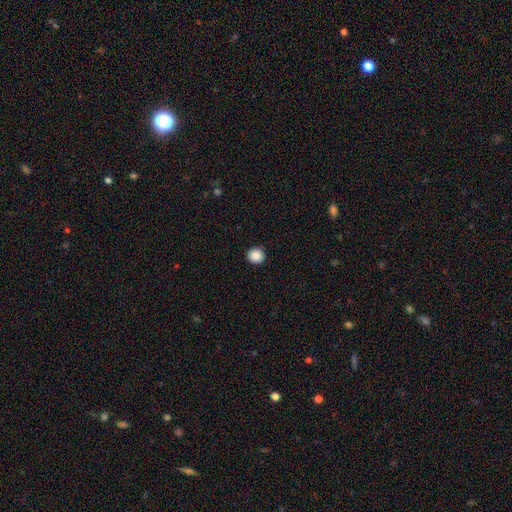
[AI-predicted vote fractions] smooth-or-featured: smooth: 88% | star or artifact: 9% | featured or disk: 3%
  how-rounded: round: 93% | in between: 6% | cigar-shaped: 1%
  merging: none: 92% | minor disturbance: 5% | major disturbance: 2% | merger: 1%